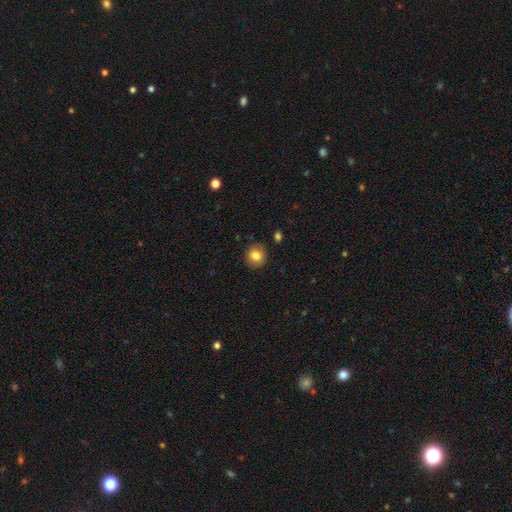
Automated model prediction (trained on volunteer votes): smooth-or-featured: smooth: 82% | star or artifact: 10% | featured or disk: 8%
  how-rounded: round: 90% | in between: 9% | cigar-shaped: 1%
  merging: none: 90% | minor disturbance: 7% | major disturbance: 2% | merger: 2%